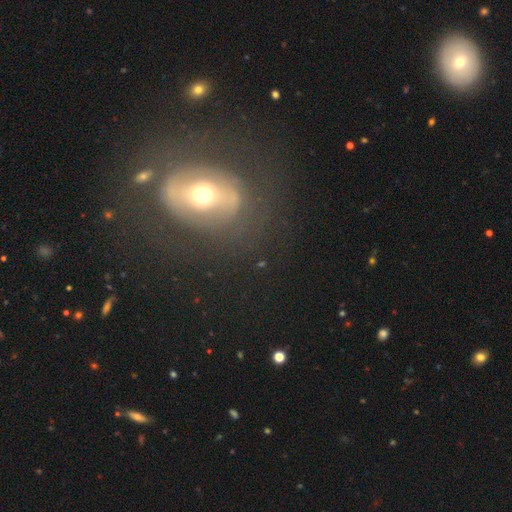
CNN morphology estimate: type=featured or disk (57%); edge-on=no (86%); merging=none (76%).